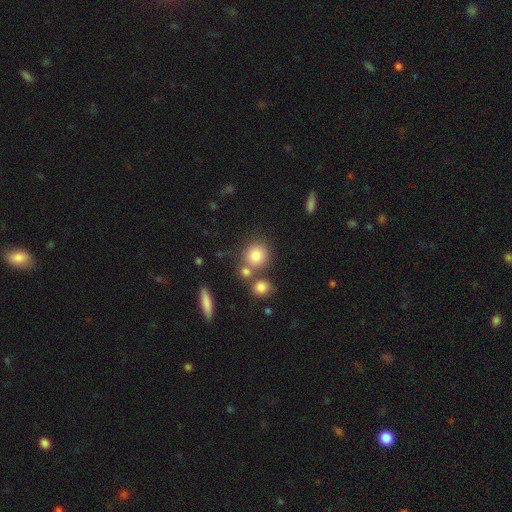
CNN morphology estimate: smooth-or-featured: smooth: 80% | star or artifact: 11% | featured or disk: 9%
  how-rounded: round: 84% | in between: 14% | cigar-shaped: 1%
  merging: none: 61% | merger: 24% | minor disturbance: 11% | major disturbance: 5%